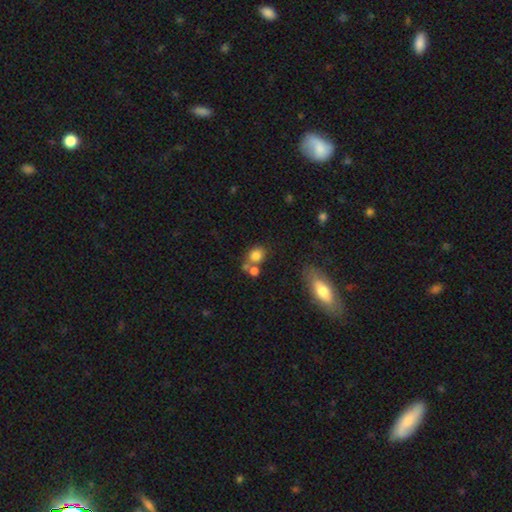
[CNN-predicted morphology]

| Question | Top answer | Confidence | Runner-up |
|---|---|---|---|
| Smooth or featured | smooth | 79% | star or artifact (12%) |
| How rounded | round | 64% | in between (34%) |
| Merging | none | 51% | merger (32%) |